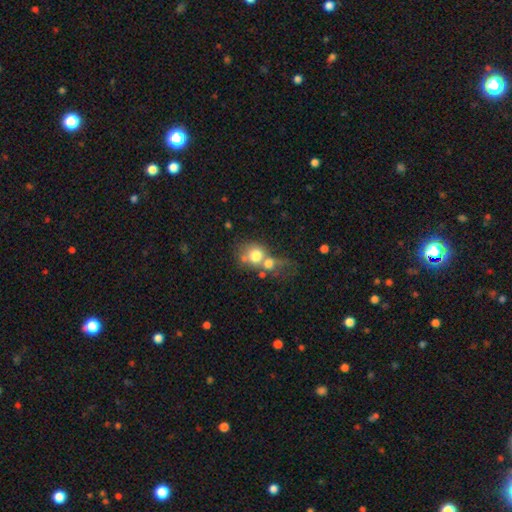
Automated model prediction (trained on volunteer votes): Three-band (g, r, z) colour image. It shows a smooth galaxy with no disk features (69%) that is round (70%). Merging: merger (58%).